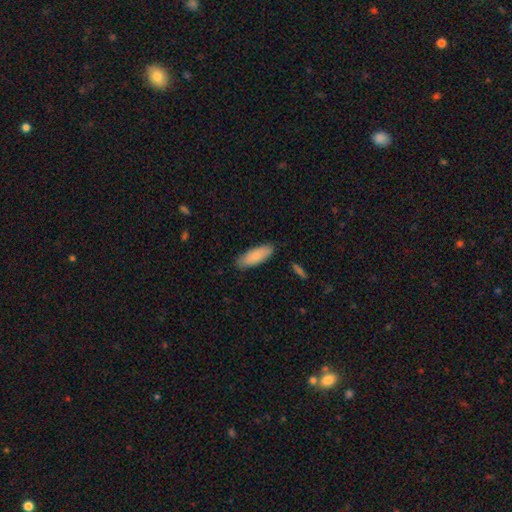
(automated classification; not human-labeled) A smooth galaxy with no disk features (83%) that is in between round and cigar-shaped (71%).

Vote fractions:
- Smooth or featured? smooth: 83% / featured or disk: 11% / star or artifact: 6%
- How rounded? in between: 71% / cigar-shaped: 28% / round: 2%
- Merging? none: 85% / minor disturbance: 11% / major disturbance: 2% / merger: 1%